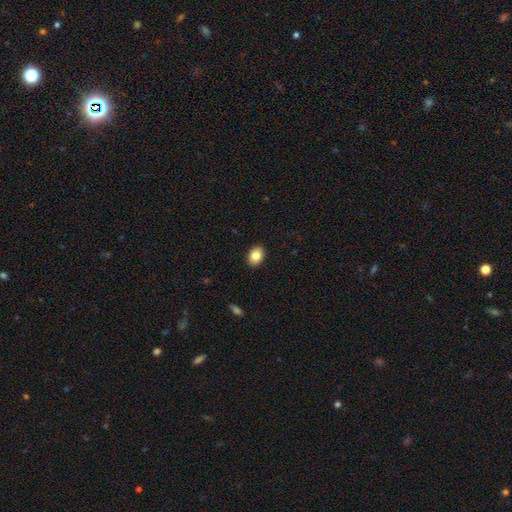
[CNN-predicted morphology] Overall: smooth (83%). How rounded: in between (70%). Merging: none (91%).